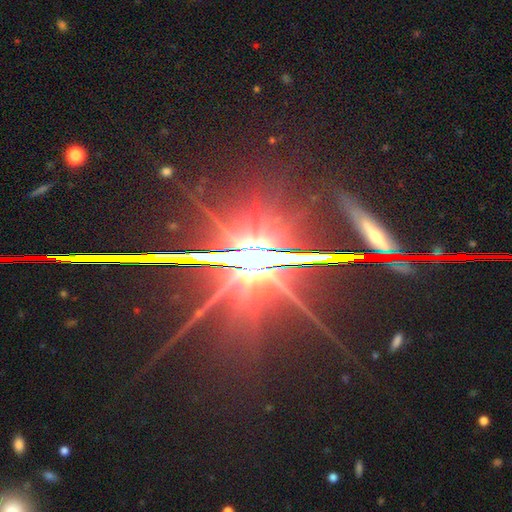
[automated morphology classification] Smooth or featured? star or artifact (75%)